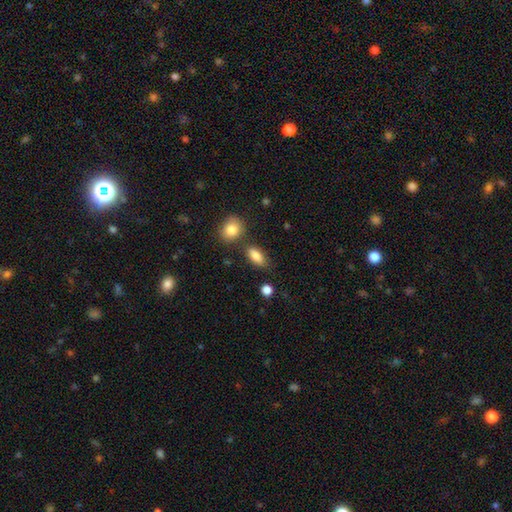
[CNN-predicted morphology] Q: Smooth or featured?
A: smooth (84%); runner-up: featured or disk (8%)
Q: How rounded?
A: in between (85%); runner-up: cigar-shaped (9%)
Q: Merging?
A: none (71%); runner-up: minor disturbance (15%)